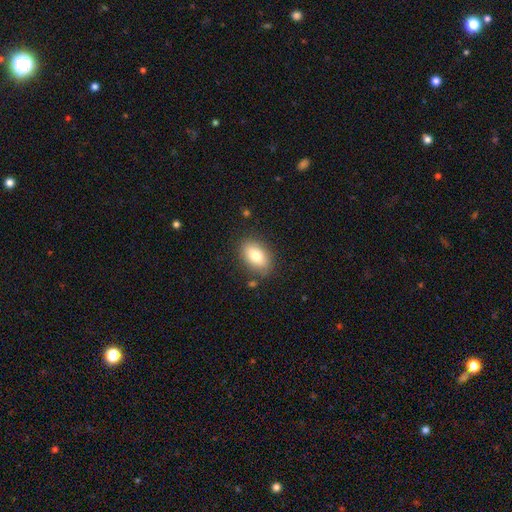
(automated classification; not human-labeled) smooth-or-featured: smooth: 79% | featured or disk: 13% | star or artifact: 8%
  how-rounded: in between: 86% | round: 12% | cigar-shaped: 2%
  merging: none: 83% | minor disturbance: 12% | major disturbance: 3% | merger: 2%